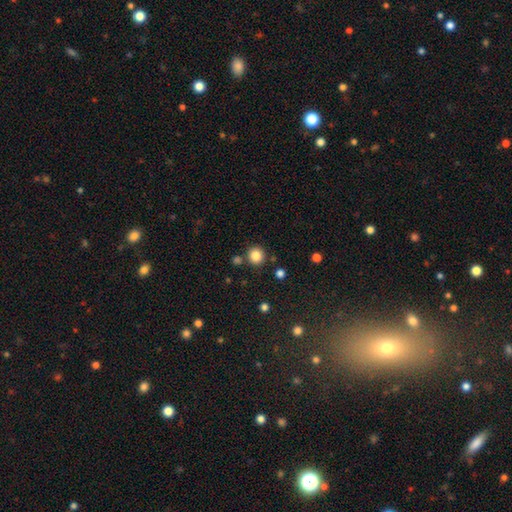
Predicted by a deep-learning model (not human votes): Q: Smooth or featured?
A: smooth (85%); runner-up: star or artifact (11%)
Q: How rounded?
A: round (91%); runner-up: in between (8%)
Q: Merging?
A: none (85%); runner-up: minor disturbance (7%)